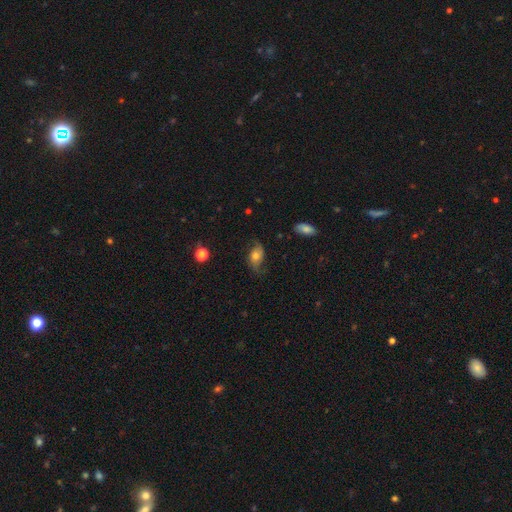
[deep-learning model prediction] A featured or disk galaxy (47%). Merging: none (63%).